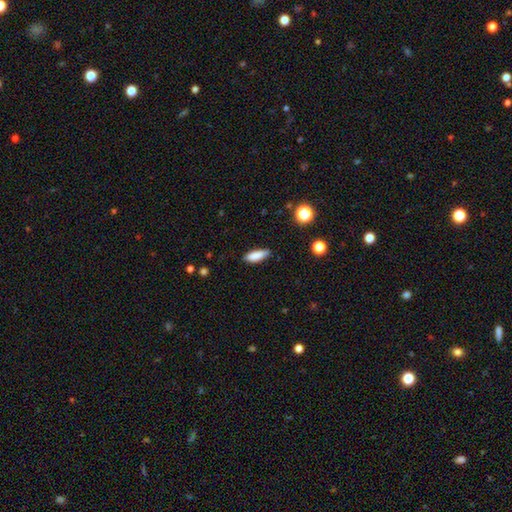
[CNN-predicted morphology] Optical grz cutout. It shows a smooth galaxy with no disk features (84%) that is in between round and cigar-shaped (60%). Merging: none (79%).